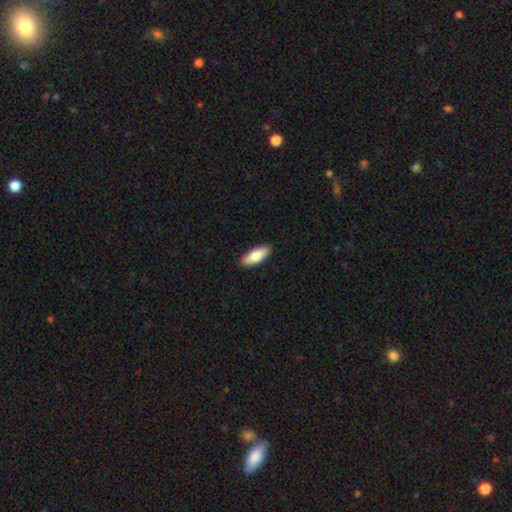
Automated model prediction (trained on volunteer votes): This is clearly a smooth galaxy (82%). How rounded: likely in between (76%). Merging: clearly none (90%).